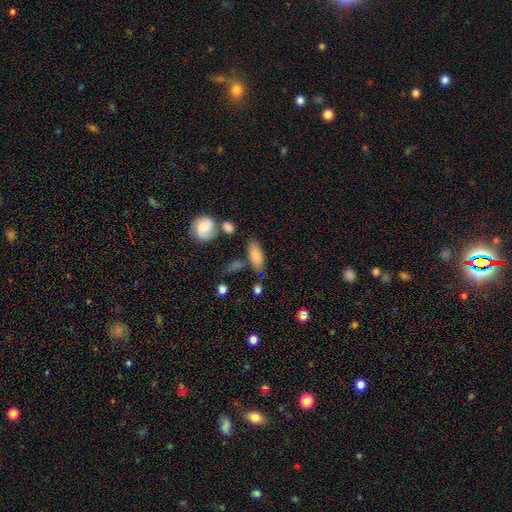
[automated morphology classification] smooth 82%, featured or disk 10%, star or artifact 8%. Down the decision tree: how rounded — in between (76%); merging — none (68%).